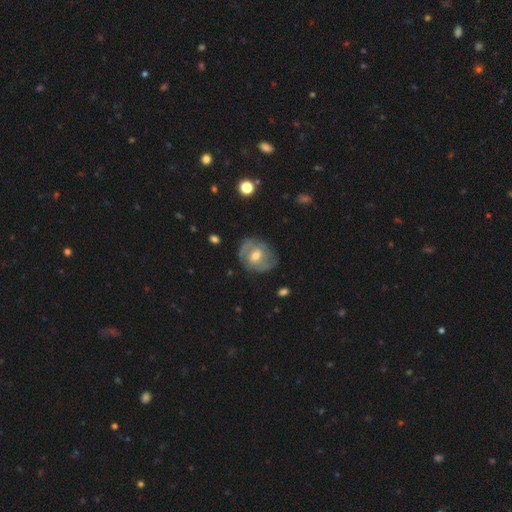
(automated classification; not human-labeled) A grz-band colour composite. It shows a featured or disk galaxy (65%) with a weak bar (45%), spiral arms (74%) and a moderate central bulge (69%). Merging: none (71%).